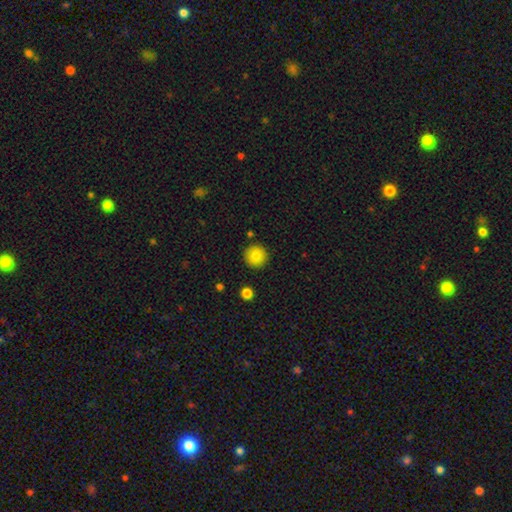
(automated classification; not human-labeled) A smooth galaxy with no disk features (85%) that is round (95%). Merging: none (91%).